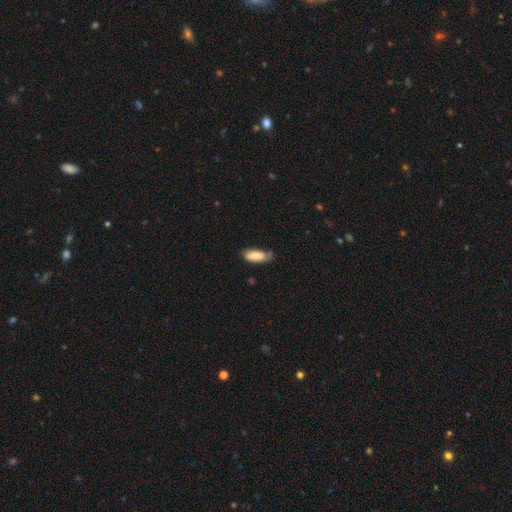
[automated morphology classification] Q: Smooth or featured?
A: smooth (82%); runner-up: featured or disk (11%)
Q: How rounded?
A: in between (72%); runner-up: cigar-shaped (26%)
Q: Merging?
A: none (59%); runner-up: minor disturbance (32%)